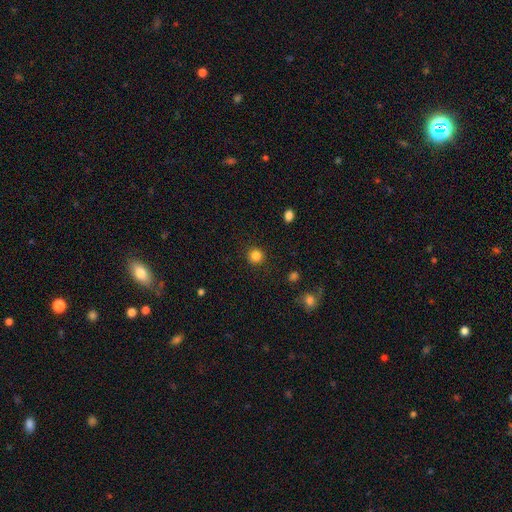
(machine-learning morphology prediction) Overall: smooth (84%). How rounded: round (94%). Merging: none (91%).